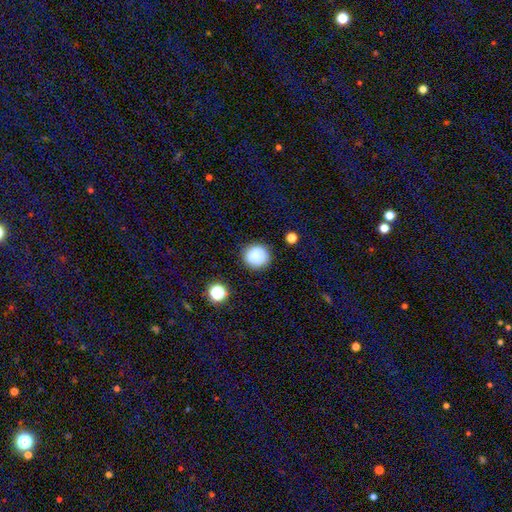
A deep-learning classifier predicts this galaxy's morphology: smooth-or-featured: smooth: 82% | star or artifact: 10% | featured or disk: 7%
  how-rounded: round: 90% | in between: 9% | cigar-shaped: 1%
  merging: none: 83% | minor disturbance: 11% | major disturbance: 3% | merger: 2%